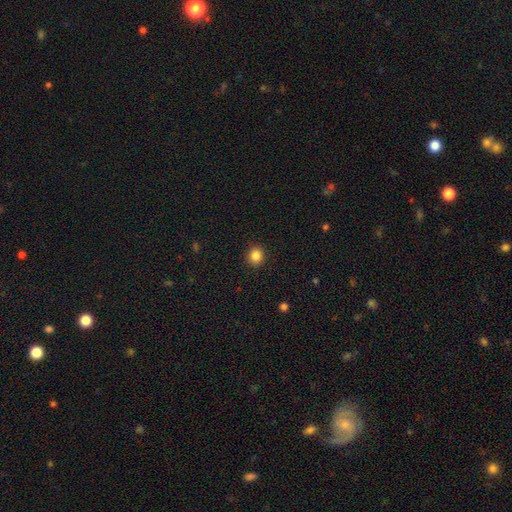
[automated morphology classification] This is clearly a smooth galaxy (85%). How rounded: clearly round (81%). Merging: clearly none (91%).